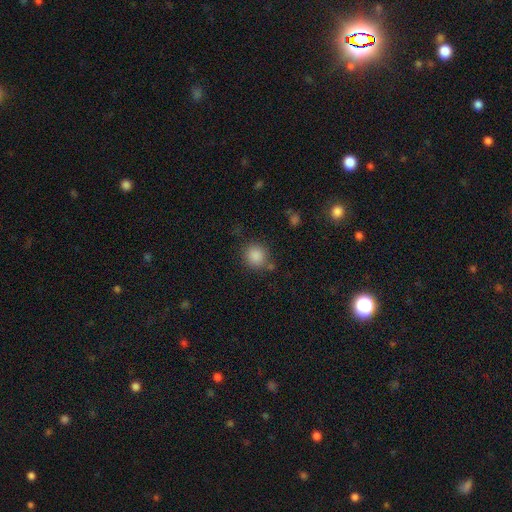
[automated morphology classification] A smooth galaxy with no disk features (86%) that is round (89%).

Vote fractions:
- Smooth or featured? smooth: 86% / star or artifact: 10% / featured or disk: 4%
- How rounded? round: 89% / in between: 10% / cigar-shaped: 1%
- Merging? none: 77% / minor disturbance: 12% / merger: 6% / major disturbance: 5%